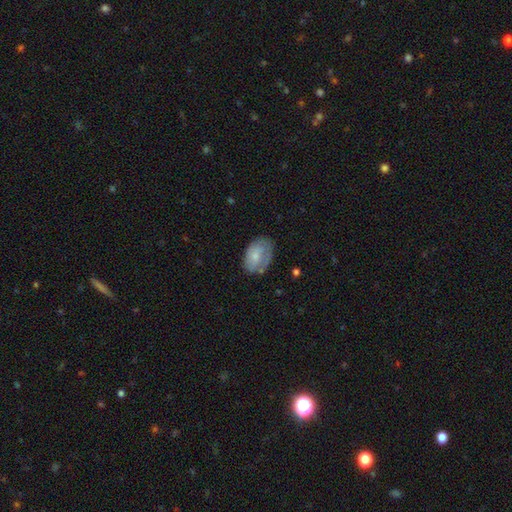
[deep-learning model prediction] Q: Smooth or featured?
A: smooth (65%); runner-up: featured or disk (28%)
Q: How rounded?
A: in between (87%); runner-up: round (12%)
Q: Merging?
A: none (61%); runner-up: minor disturbance (27%)